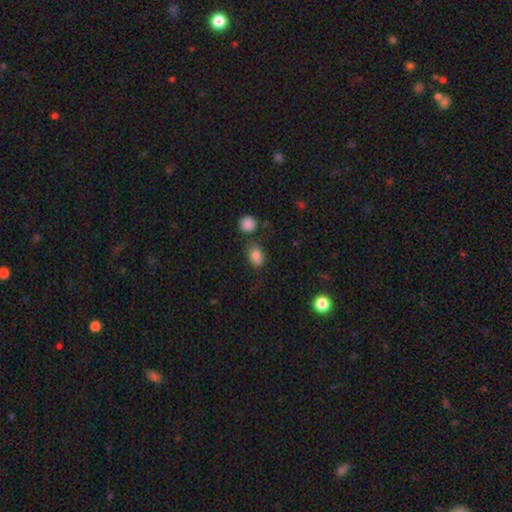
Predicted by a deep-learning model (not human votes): A smooth galaxy with no disk features (84%) that is in between round and cigar-shaped (78%).

Vote fractions:
- Smooth or featured? smooth: 84% / star or artifact: 10% / featured or disk: 6%
- How rounded? in between: 78% / round: 20% / cigar-shaped: 2%
- Merging? none: 69% / minor disturbance: 18% / merger: 8% / major disturbance: 6%